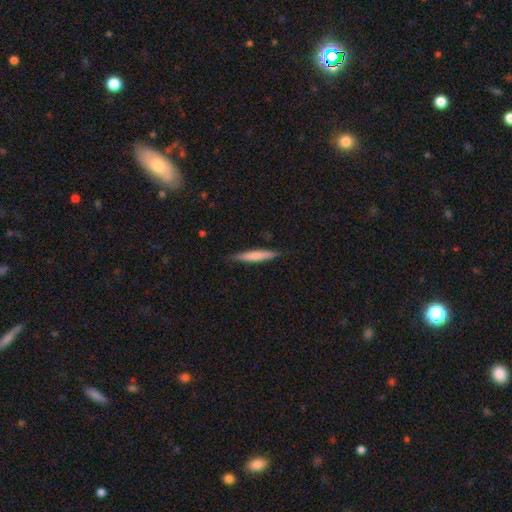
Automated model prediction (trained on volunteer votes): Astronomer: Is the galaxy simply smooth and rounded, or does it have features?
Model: smooth — 67%.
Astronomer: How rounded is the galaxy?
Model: cigar-shaped — 93%.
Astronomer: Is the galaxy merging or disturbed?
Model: none — 86%.